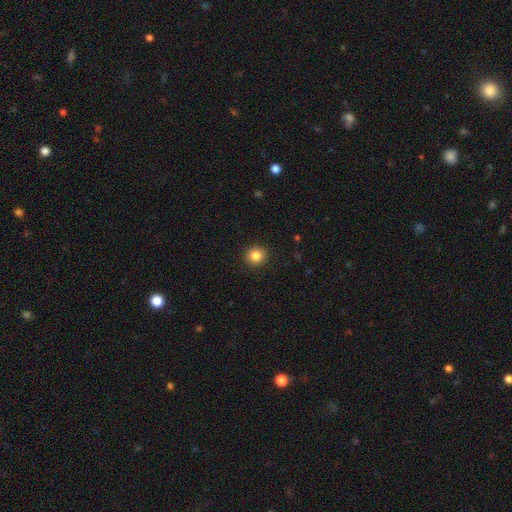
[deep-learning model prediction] smooth_or_featured: smooth (p=0.84) [alt: star or artifact p=0.11]
how_rounded: round (p=0.91) [alt: in between p=0.08]
merging: none (p=0.92) [alt: minor disturbance p=0.05]